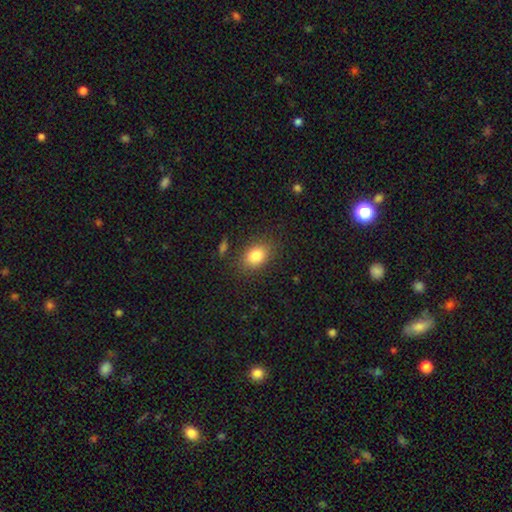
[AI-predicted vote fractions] Morphology: type=smooth (83%); roundness=in between (73%); merging=none (82%).